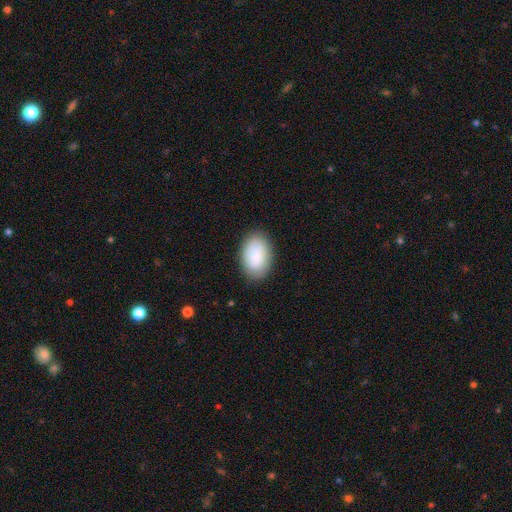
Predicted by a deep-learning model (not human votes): Smooth or featured?
  - smooth: 87% *
  - featured or disk: 7%
  - star or artifact: 6%
How rounded?
  - in between: 89% *
  - round: 10%
  - cigar-shaped: 1%
Merging?
  - none: 85% *
  - minor disturbance: 11%
  - major disturbance: 3%
  - merger: 1%